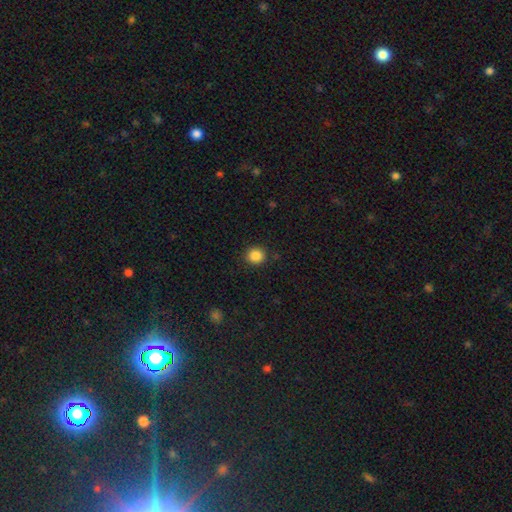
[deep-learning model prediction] Morphology: type=smooth (86%); roundness=round (87%); merging=none (90%).